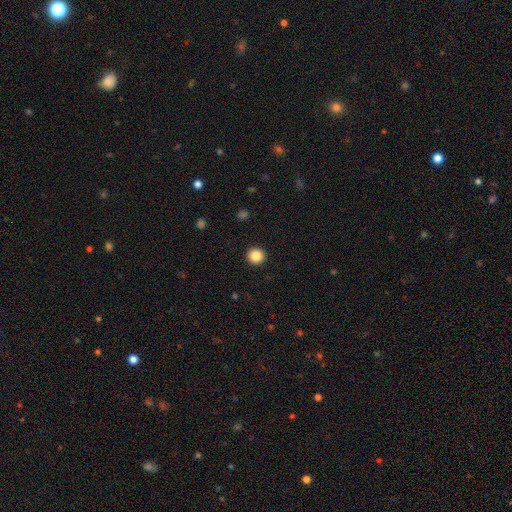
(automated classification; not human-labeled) Smooth or featured: smooth — 86% (star or artifact — 10%)
How rounded: round — 94% (in between — 6%)
Merging: none — 93% (minor disturbance — 4%)